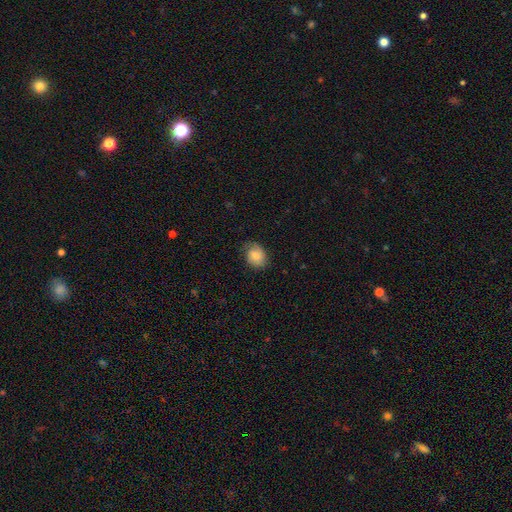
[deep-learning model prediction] smooth-or-featured: smooth: 77% | featured or disk: 16% | star or artifact: 8%
  how-rounded: in between: 57% | round: 43% | cigar-shaped: 1%
  merging: none: 73% | minor disturbance: 21% | major disturbance: 5% | merger: 1%